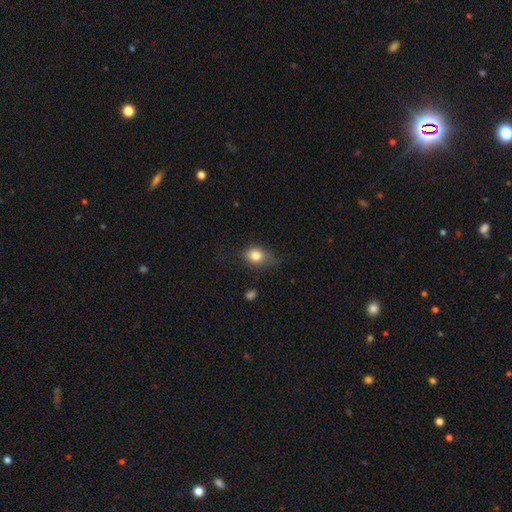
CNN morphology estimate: smooth 80%, star or artifact 10%, featured or disk 10%. Down the decision tree: how rounded — in between (52%); merging — none (54%).